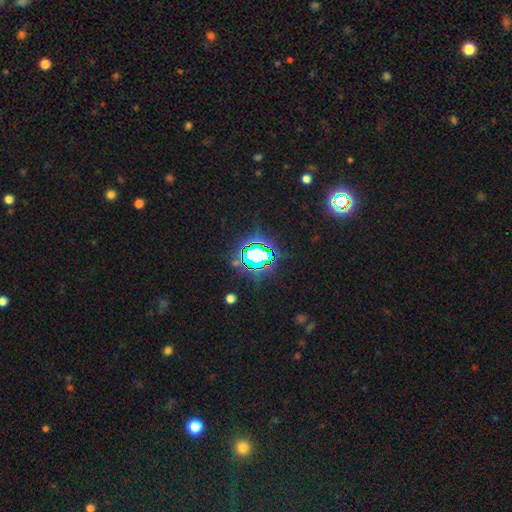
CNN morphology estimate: star or artifact 71%, smooth 17%, featured or disk 12%.